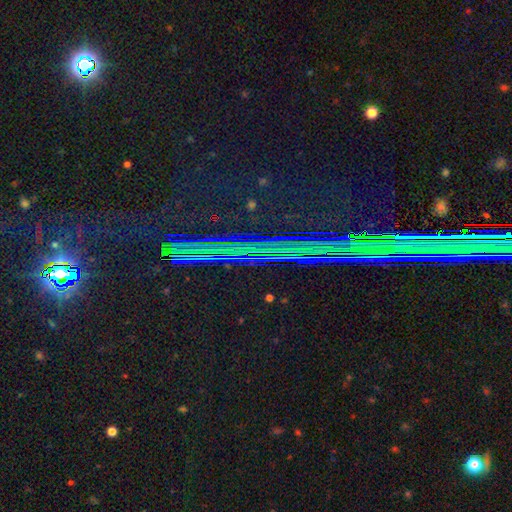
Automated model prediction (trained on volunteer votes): Q: Smooth or featured?
A: star or artifact (85%); runner-up: featured or disk (8%)